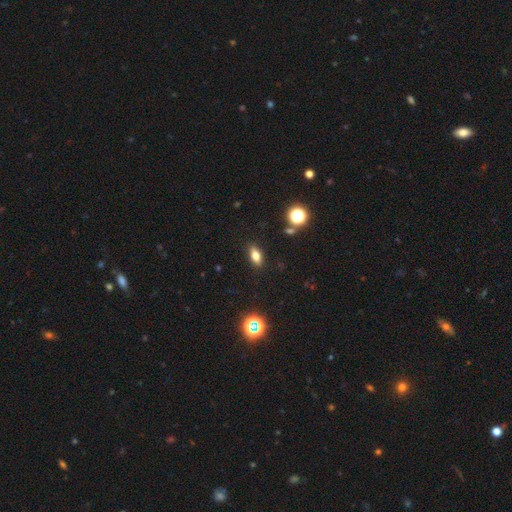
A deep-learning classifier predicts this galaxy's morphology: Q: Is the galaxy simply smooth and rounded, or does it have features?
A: smooth — 74%.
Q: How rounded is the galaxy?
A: in between — 79%.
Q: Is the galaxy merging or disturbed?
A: none — 87%.